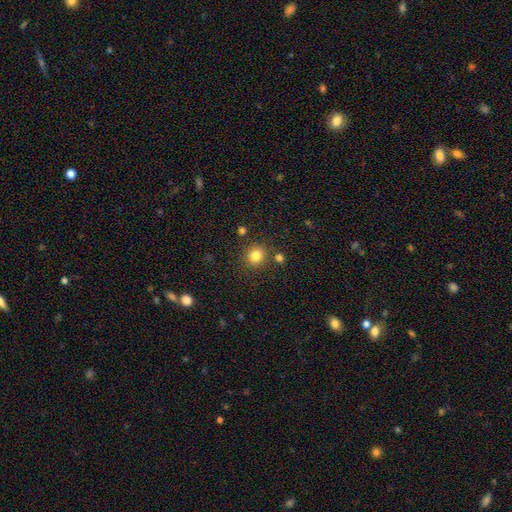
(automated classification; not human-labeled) Smooth or featured: smooth — 82% (star or artifact — 13%)
How rounded: round — 88% (in between — 11%)
Merging: none — 83% (minor disturbance — 8%)